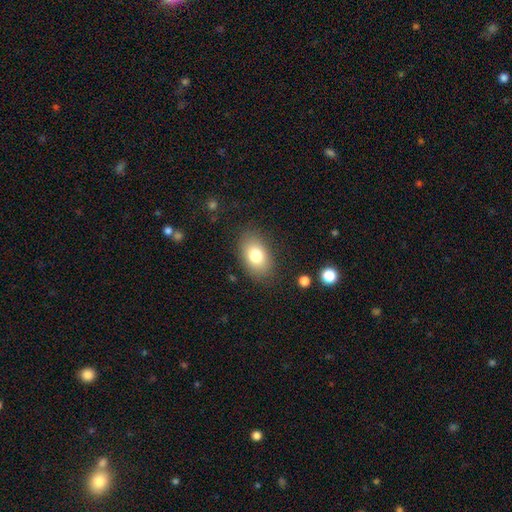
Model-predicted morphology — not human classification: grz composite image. It shows a smooth galaxy with no disk features (79%) that is in between round and cigar-shaped (88%). Merging: none (84%).